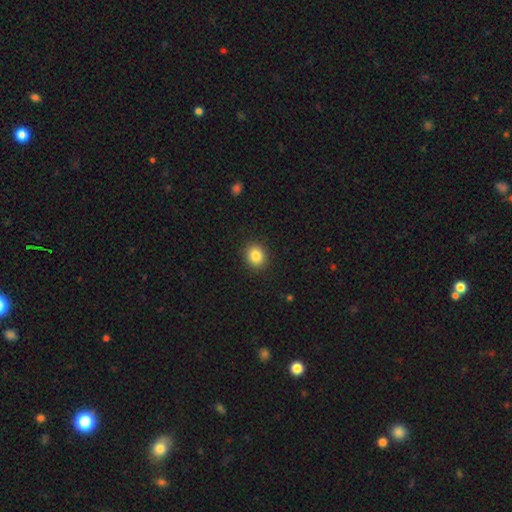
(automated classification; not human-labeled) smooth_or_featured: smooth (p=0.85) [alt: star or artifact p=0.10]
how_rounded: round (p=0.73) [alt: in between p=0.26]
merging: none (p=0.91) [alt: minor disturbance p=0.06]